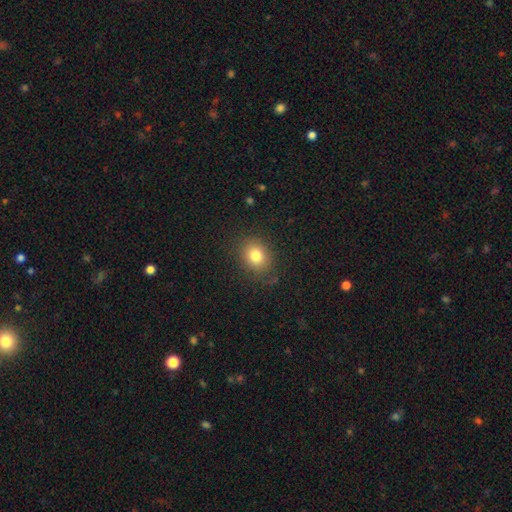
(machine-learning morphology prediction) Smooth or featured? Predicted: smooth (p=0.80). How rounded? Predicted: round (p=0.61). Merging? Predicted: none (p=0.83).